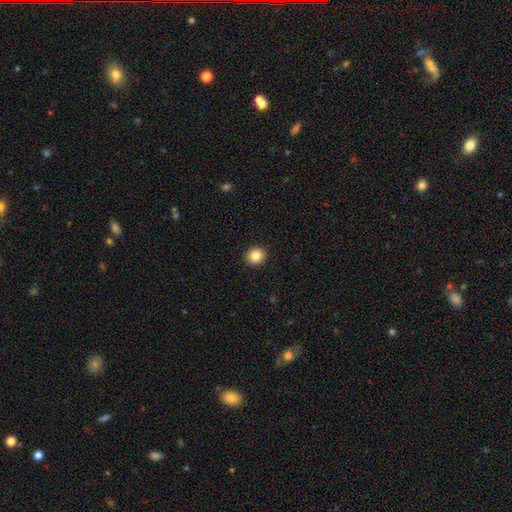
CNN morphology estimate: Smooth or featured? Predicted: smooth (p=0.85). How rounded? Predicted: round (p=0.90). Merging? Predicted: none (p=0.93).